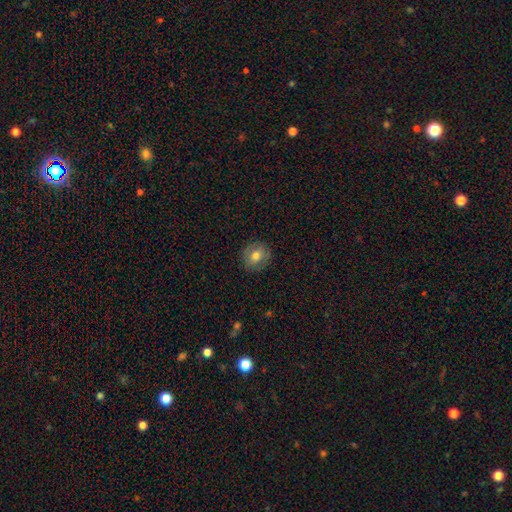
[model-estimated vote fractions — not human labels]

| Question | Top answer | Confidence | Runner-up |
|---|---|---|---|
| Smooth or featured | smooth | 74% | featured or disk (17%) |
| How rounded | round | 82% | in between (17%) |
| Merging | none | 88% | minor disturbance (9%) |